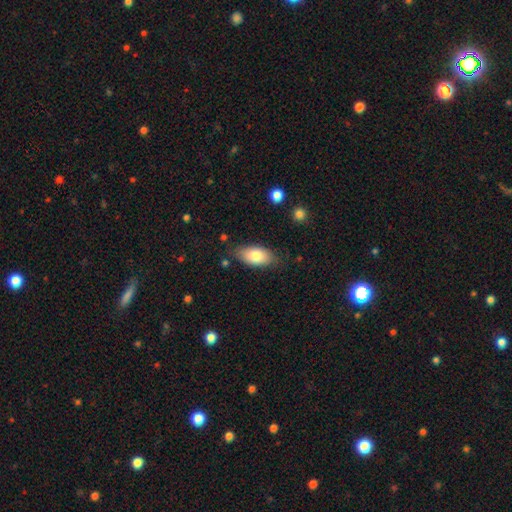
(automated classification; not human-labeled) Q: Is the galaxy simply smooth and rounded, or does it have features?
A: smooth — 79%.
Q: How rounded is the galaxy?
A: in between — 92%.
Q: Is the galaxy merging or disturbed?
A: none — 78%.